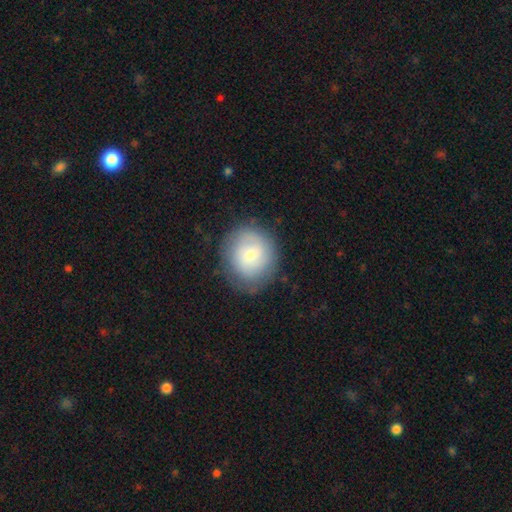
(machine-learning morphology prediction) This is likely a smooth galaxy (63%). How rounded: clearly round (84%). Merging: likely none (76%).